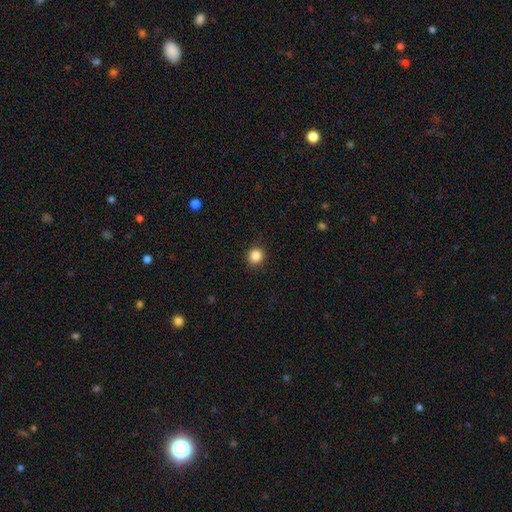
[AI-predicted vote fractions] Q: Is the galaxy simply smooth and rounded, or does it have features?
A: smooth — 86%.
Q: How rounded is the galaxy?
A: round — 89%.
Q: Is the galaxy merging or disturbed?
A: none — 88%.